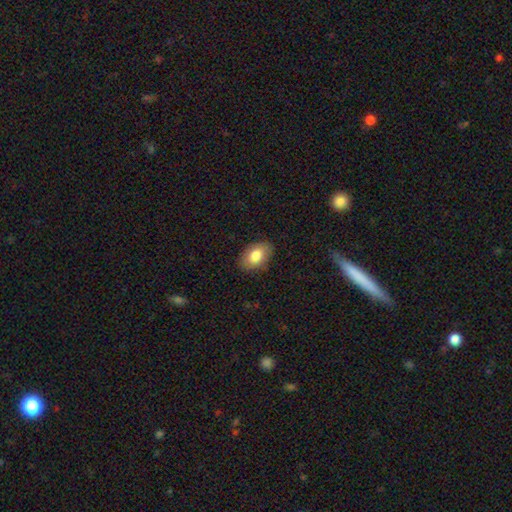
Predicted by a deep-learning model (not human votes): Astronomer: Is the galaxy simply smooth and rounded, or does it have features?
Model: smooth — 79%.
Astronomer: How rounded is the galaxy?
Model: in between — 91%.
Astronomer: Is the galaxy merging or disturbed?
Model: none — 86%.